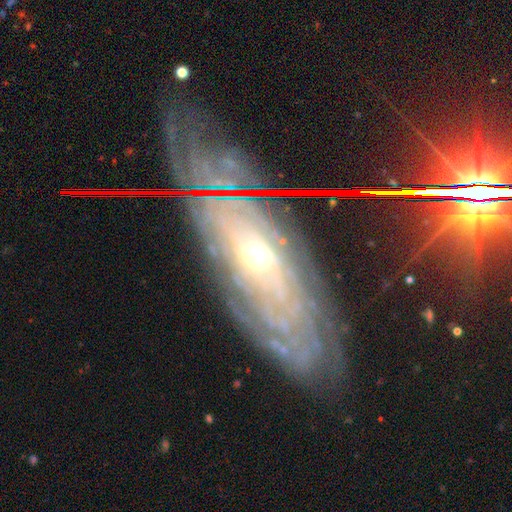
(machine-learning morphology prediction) smooth_or_featured: featured or disk (p=0.80) [alt: star or artifact p=0.12]
disk_edge_on: no (p=0.80) [alt: yes p=0.20]
bar: no (p=0.64) [alt: weak p=0.24]
has_spiral_arms: yes (p=0.92) [alt: no p=0.08]
spiral_winding: tight (p=0.82) [alt: medium p=0.14]
spiral_arm_count: can't tell (p=0.52) [alt: more than 4 p=0.18]
bulge_size: small (p=0.48) [alt: moderate p=0.47]
merging: none (p=0.76) [alt: minor disturbance p=0.16]